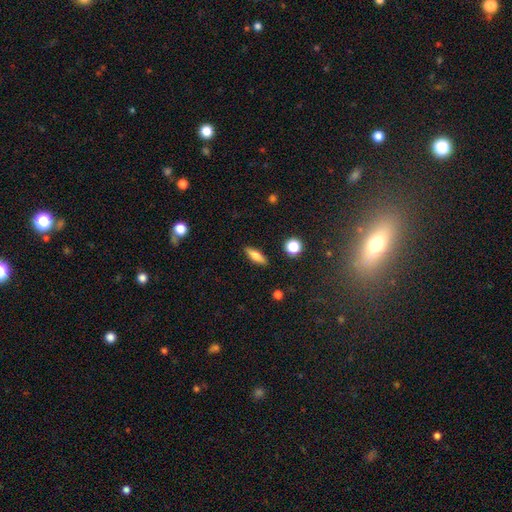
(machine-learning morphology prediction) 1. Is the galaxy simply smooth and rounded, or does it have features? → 75% smooth, 17% featured or disk, 8% star or artifact.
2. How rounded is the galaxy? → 50% cigar-shaped, 46% in between, 4% round.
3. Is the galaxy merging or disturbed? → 88% none, 8% minor disturbance, 2% major disturbance, 1% merger.